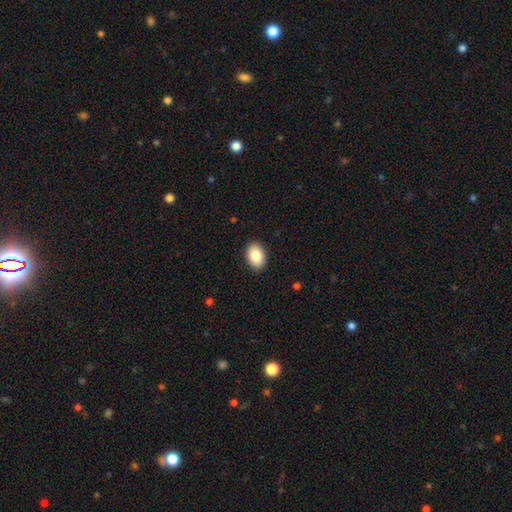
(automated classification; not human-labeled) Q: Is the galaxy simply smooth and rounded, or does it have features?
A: smooth — 87%.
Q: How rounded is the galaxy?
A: in between — 86%.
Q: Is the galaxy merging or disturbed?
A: none — 90%.